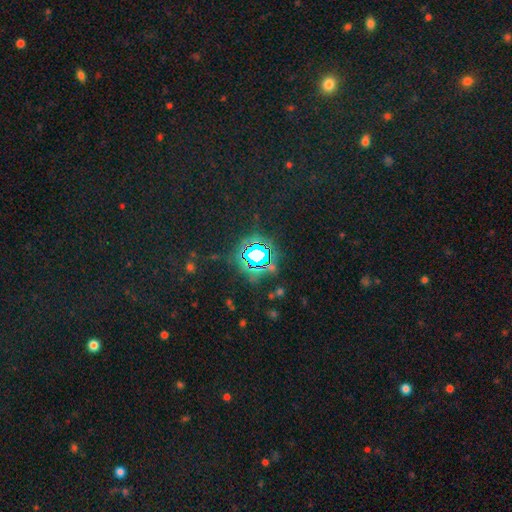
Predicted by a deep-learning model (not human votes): star or artifact 78%, smooth 13%, featured or disk 9%.